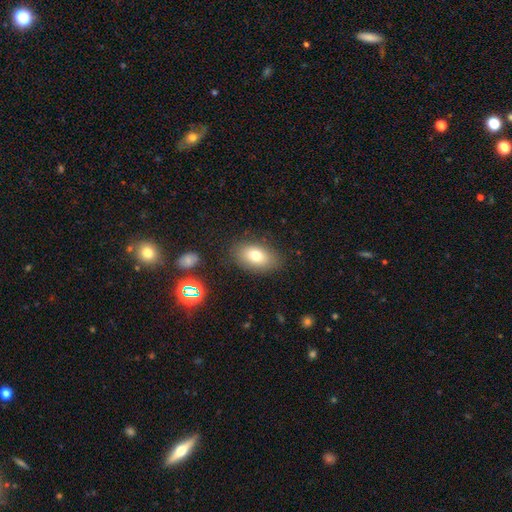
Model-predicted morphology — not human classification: Overall: smooth (77%). How rounded: in between (89%). Merging: none (83%).